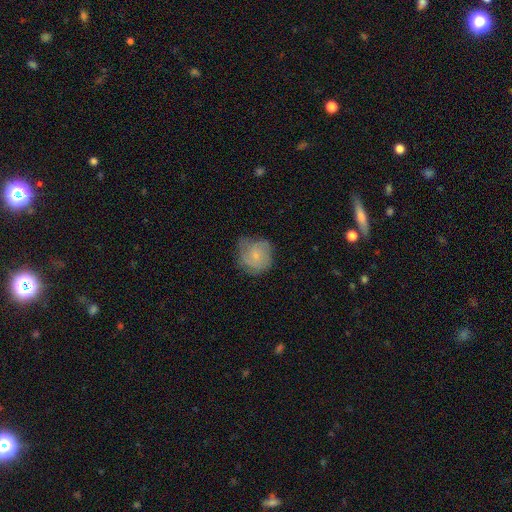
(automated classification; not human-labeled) Smooth or featured: featured or disk — 52% (smooth — 39%)
Edge-on disk: no — 98% (yes — 2%)
Bar: no — 76% (weak — 22%)
Spiral arms: yes — 84% (no — 16%)
Bulge size: small — 71% (moderate — 18%)
Merging: none — 58% (minor disturbance — 29%)